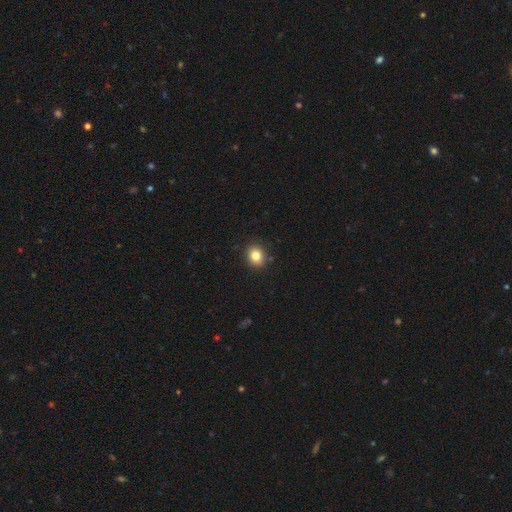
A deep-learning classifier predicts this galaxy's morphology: Smooth or featured? smooth (83%)
How rounded? round (71%)
Merging? none (89%)